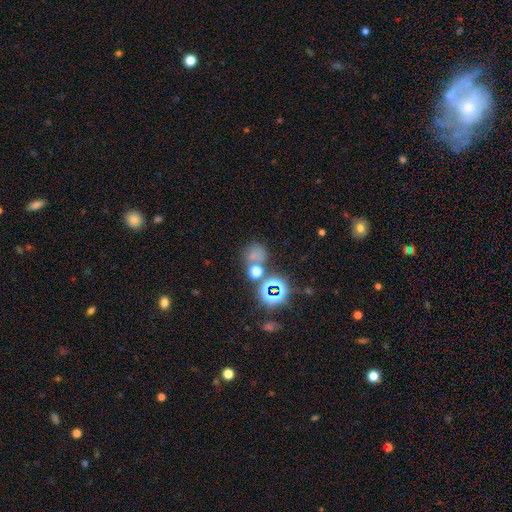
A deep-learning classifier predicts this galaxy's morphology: Q: Smooth or featured?
A: smooth (57%); runner-up: star or artifact (34%)
Q: How rounded?
A: round (81%); runner-up: in between (18%)
Q: Merging?
A: none (58%); runner-up: merger (25%)